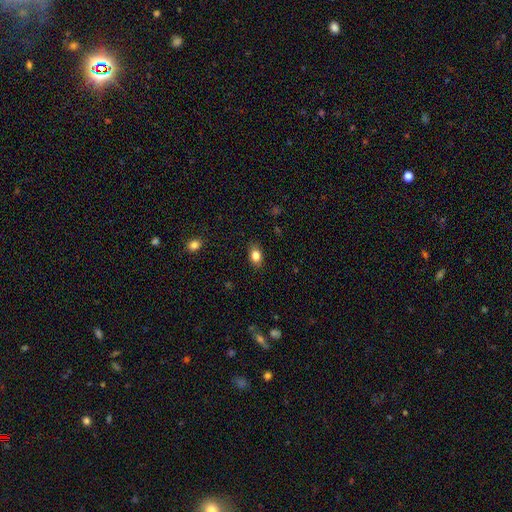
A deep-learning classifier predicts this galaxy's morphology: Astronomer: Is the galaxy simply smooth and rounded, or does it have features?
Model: smooth — 84%.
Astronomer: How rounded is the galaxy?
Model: in between — 80%.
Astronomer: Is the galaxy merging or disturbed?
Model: none — 85%.